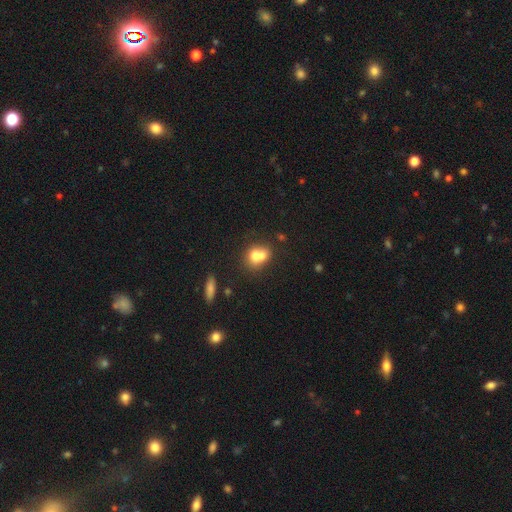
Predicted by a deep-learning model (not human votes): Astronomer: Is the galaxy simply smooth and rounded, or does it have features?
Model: smooth — 67%.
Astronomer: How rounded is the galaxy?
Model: round — 59% (runner-up: in between, 40%).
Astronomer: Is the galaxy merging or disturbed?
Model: merger — 62%.